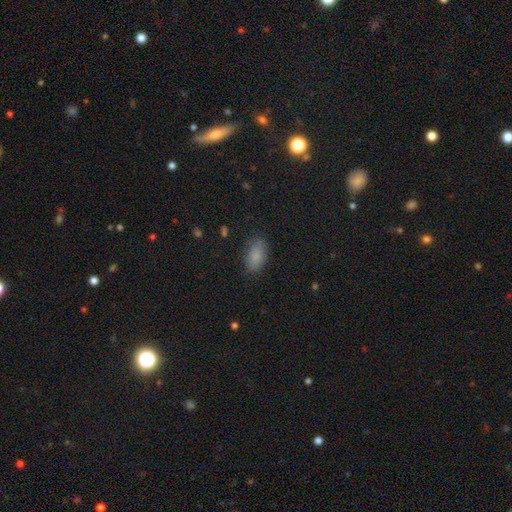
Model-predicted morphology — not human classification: smooth_or_featured: smooth (p=0.84) [alt: star or artifact p=0.09]
how_rounded: in between (p=0.92) [alt: round p=0.05]
merging: none (p=0.81) [alt: minor disturbance p=0.14]